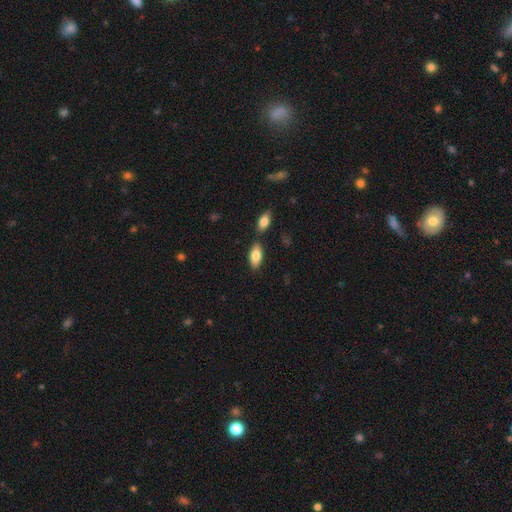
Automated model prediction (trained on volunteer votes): smooth_or_featured: smooth (p=0.80) [alt: featured or disk p=0.14]
how_rounded: in between (p=0.89) [alt: cigar-shaped p=0.09]
merging: none (p=0.79) [alt: minor disturbance p=0.10]